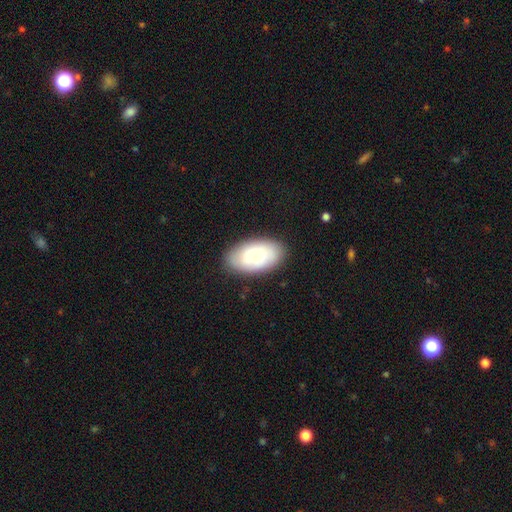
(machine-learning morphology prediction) type=smooth (78%); roundness=in between (94%); merging=none (84%).